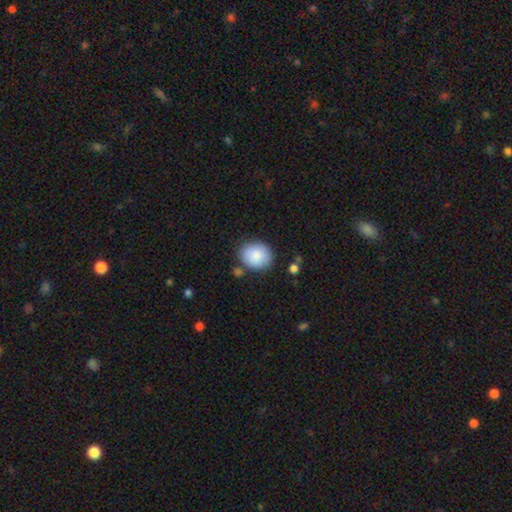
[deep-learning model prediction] Smooth or featured? smooth (87%)
How rounded? round (60%)
Merging? none (77%)